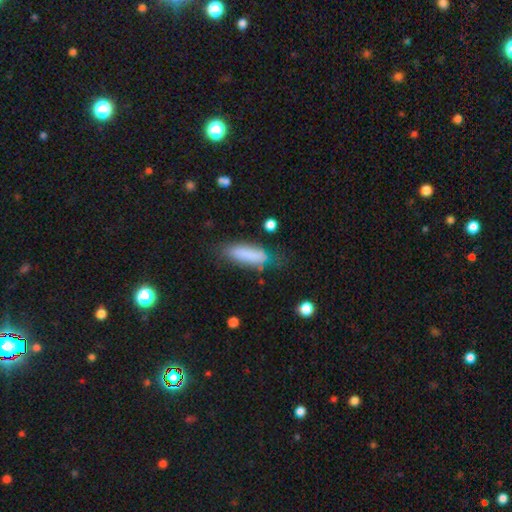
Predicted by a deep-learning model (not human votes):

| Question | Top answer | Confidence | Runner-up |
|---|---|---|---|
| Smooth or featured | smooth | 79% | featured or disk (13%) |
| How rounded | in between | 56% | cigar-shaped (42%) |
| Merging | none | 54% | minor disturbance (27%) |